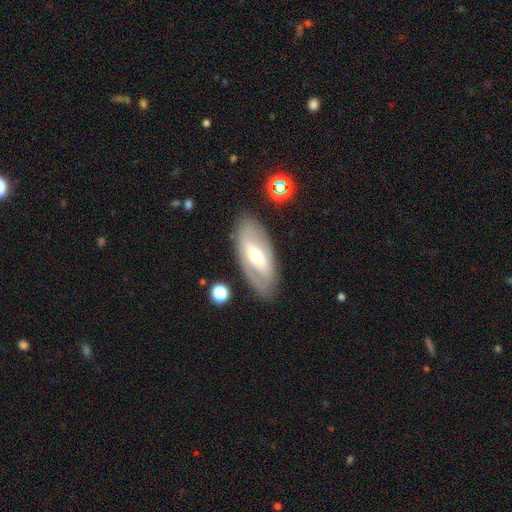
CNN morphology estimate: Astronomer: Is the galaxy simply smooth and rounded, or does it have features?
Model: featured or disk — 61%.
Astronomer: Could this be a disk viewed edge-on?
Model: no — 84%.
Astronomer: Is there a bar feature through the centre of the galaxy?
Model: weak — 34% (runner-up: no, 33%).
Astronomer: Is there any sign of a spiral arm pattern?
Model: no — 63%.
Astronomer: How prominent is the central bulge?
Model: moderate — 61%.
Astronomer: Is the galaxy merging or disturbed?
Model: none — 82%.